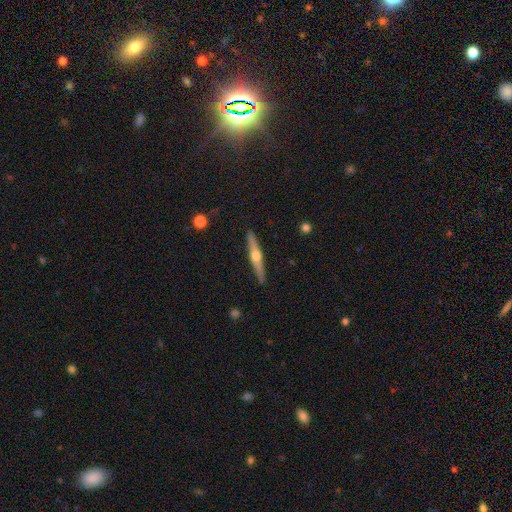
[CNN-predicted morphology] smooth-or-featured: featured or disk: 71% | smooth: 24% | star or artifact: 6%
  disk-edge-on: yes: 97% | no: 3%
    edge-on-bulge: rounded: 93% | none: 4% | boxy: 3%
  merging: none: 91% | minor disturbance: 7% | major disturbance: 1% | merger: 1%